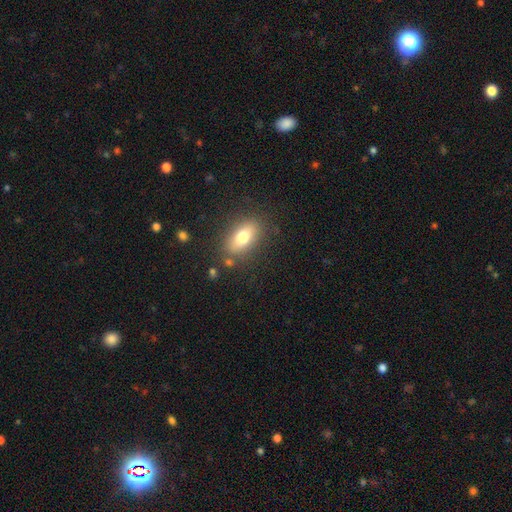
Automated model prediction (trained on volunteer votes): Smooth or featured?
  - smooth: 67% *
  - star or artifact: 17%
  - featured or disk: 15%
How rounded?
  - in between: 81% *
  - round: 14%
  - cigar-shaped: 5%
Merging?
  - none: 83% *
  - minor disturbance: 10%
  - merger: 4%
  - major disturbance: 3%